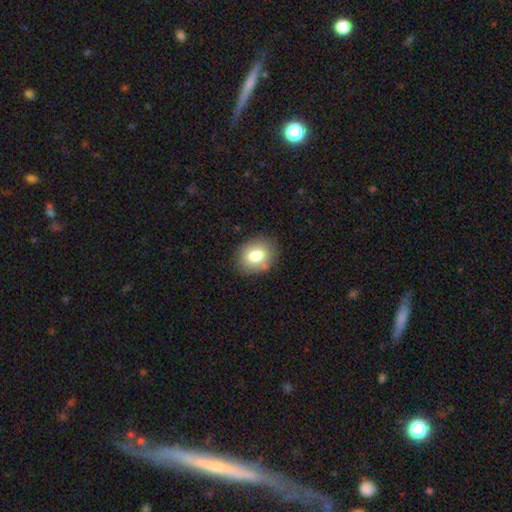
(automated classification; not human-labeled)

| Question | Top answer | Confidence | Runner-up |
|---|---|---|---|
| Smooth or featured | smooth | 77% | featured or disk (14%) |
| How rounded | round | 51% | in between (48%) |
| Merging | none | 84% | minor disturbance (11%) |